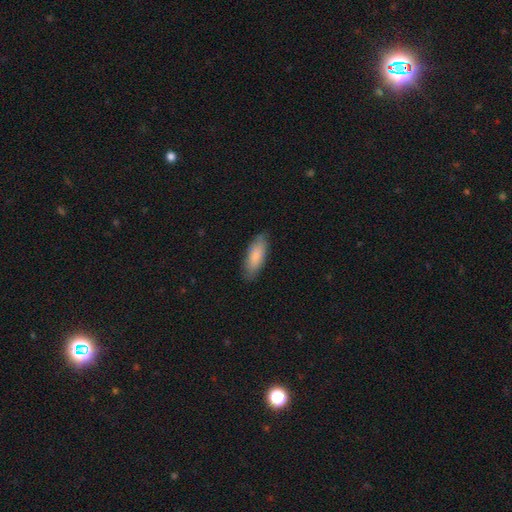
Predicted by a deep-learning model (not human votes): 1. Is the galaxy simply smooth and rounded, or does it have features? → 84% smooth, 10% featured or disk, 5% star or artifact.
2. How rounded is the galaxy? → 70% in between, 28% cigar-shaped, 2% round.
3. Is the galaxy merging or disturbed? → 82% none, 15% minor disturbance, 3% major disturbance, 1% merger.